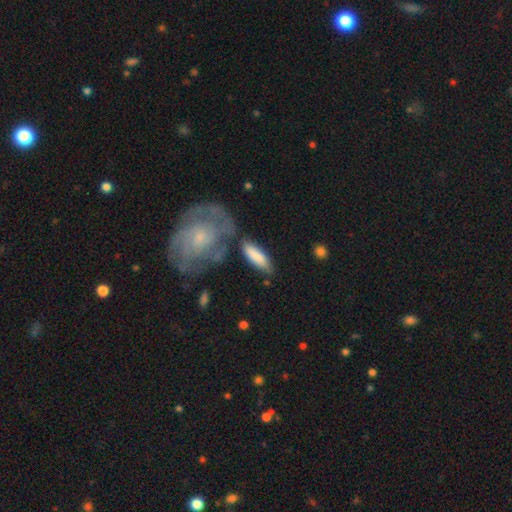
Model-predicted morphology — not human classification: Overall: smooth (79%). How rounded: in between (50%; cigar-shaped 48%). Merging: none (64%).